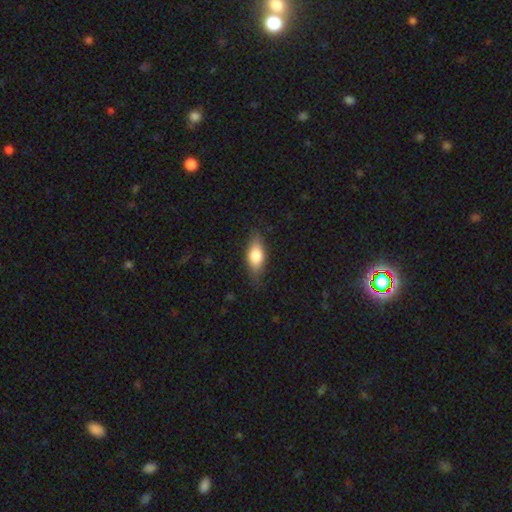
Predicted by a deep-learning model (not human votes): smooth-or-featured: smooth: 72% | featured or disk: 21% | star or artifact: 7%
  how-rounded: in between: 79% | cigar-shaped: 17% | round: 5%
  merging: none: 79% | minor disturbance: 17% | major disturbance: 4% | merger: 1%